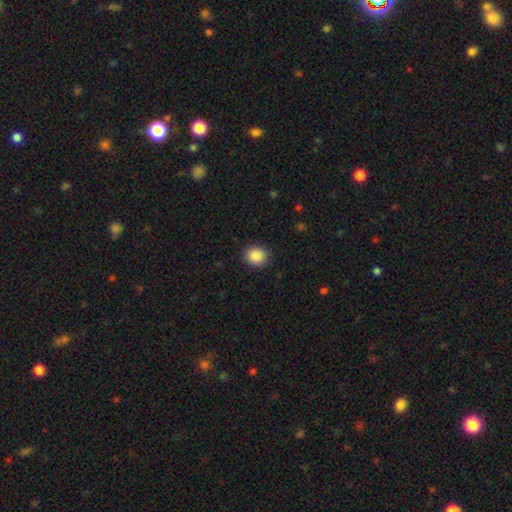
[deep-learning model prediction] Morphology: type=smooth (88%); roundness=round (77%); merging=none (90%).